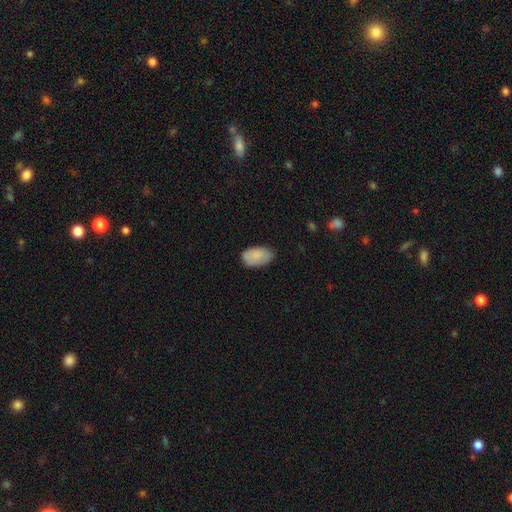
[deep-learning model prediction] Smooth or featured?
  - smooth: 85% *
  - featured or disk: 8%
  - star or artifact: 6%
How rounded?
  - in between: 94% *
  - round: 5%
  - cigar-shaped: 1%
Merging?
  - none: 74% *
  - minor disturbance: 21%
  - major disturbance: 4%
  - merger: 1%